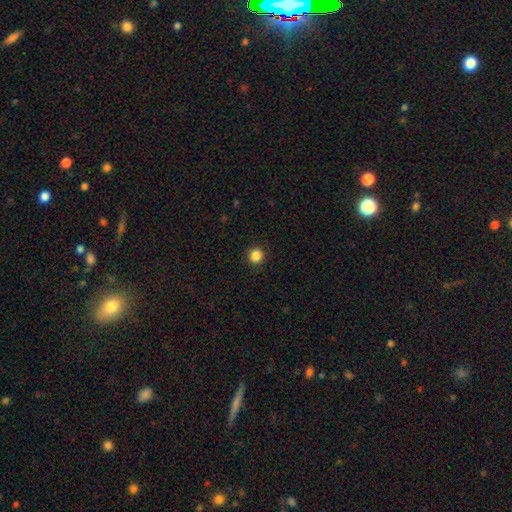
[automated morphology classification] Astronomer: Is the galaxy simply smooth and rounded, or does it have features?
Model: smooth — 87%.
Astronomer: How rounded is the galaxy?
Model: round — 92%.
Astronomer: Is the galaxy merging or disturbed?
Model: none — 92%.